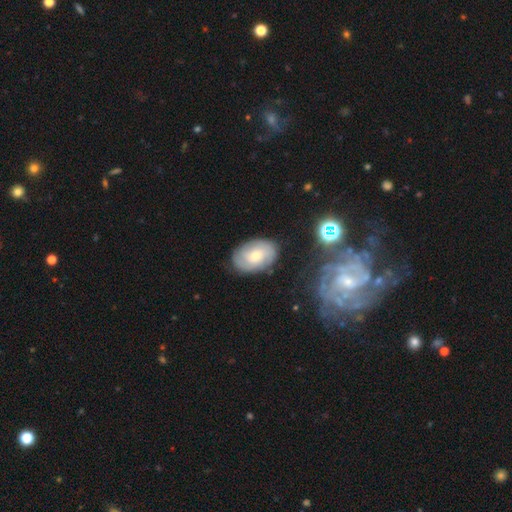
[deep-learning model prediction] This is possibly a featured or disk galaxy (51%). It is clearly not viewed edge-on (96%). Merging: likely none (78%).